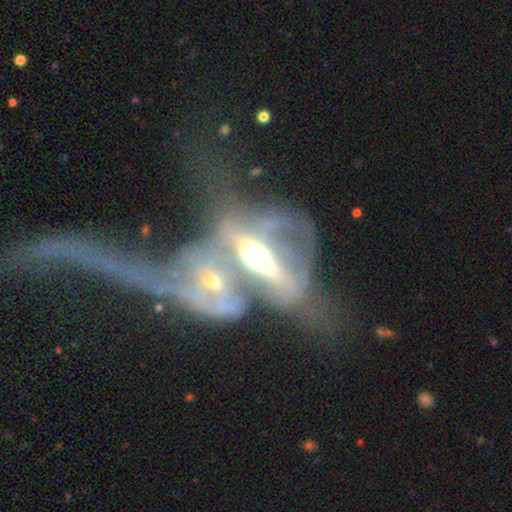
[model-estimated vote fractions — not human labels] Smooth or featured: featured or disk — 69% (smooth — 20%)
Edge-on disk: no — 80% (yes — 20%)
Bar: no — 48% (strong — 31%)
Spiral arms: no — 59% (yes — 41%)
Bulge size: moderate — 51% (large — 28%)
Merging: merger — 67% (major disturbance — 18%)